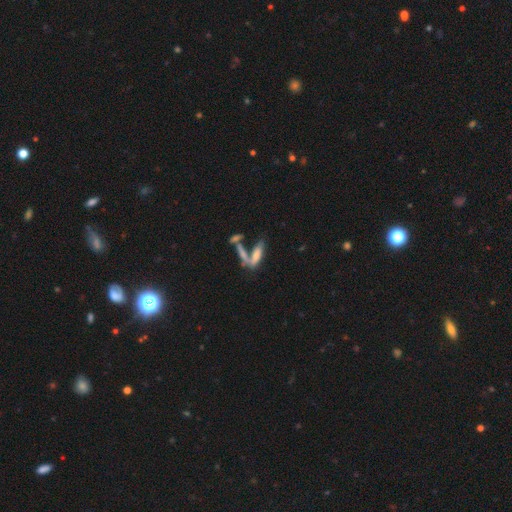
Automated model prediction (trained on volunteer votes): smooth-or-featured: smooth: 55% | featured or disk: 34% | star or artifact: 11%
  how-rounded: cigar-shaped: 53% | in between: 44% | round: 3%
  merging: merger: 54% | none: 24% | major disturbance: 12% | minor disturbance: 9%